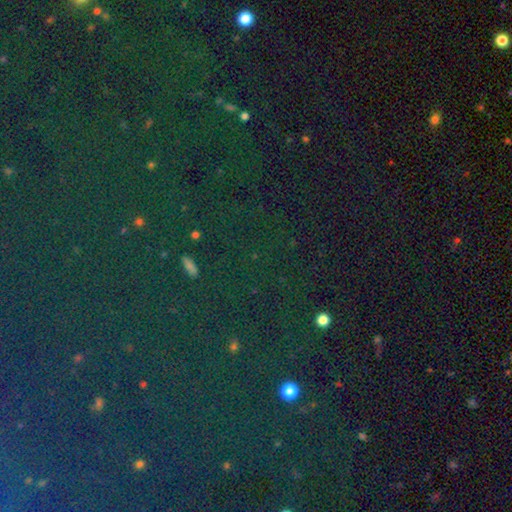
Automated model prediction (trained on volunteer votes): Morphology: type=star or artifact (81%).